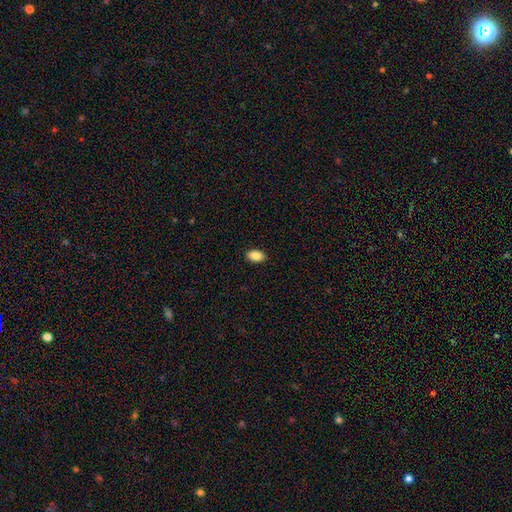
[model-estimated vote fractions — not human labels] Q: Smooth or featured?
A: smooth (86%); runner-up: star or artifact (8%)
Q: How rounded?
A: in between (91%); runner-up: round (7%)
Q: Merging?
A: none (90%); runner-up: minor disturbance (7%)